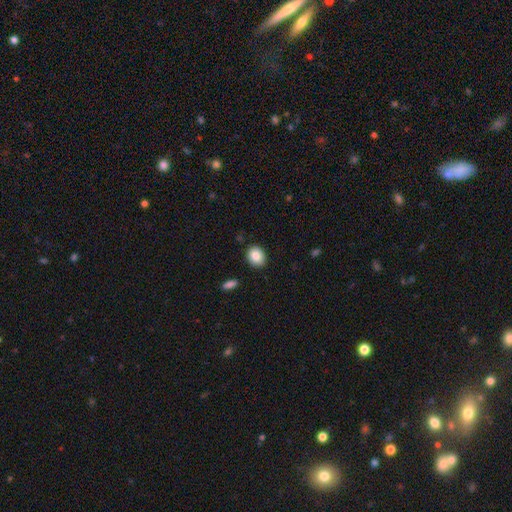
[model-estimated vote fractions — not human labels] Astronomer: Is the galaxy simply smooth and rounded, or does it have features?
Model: smooth — 83%.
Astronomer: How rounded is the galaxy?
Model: round — 58% (runner-up: in between, 41%).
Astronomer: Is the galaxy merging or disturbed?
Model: none — 89%.